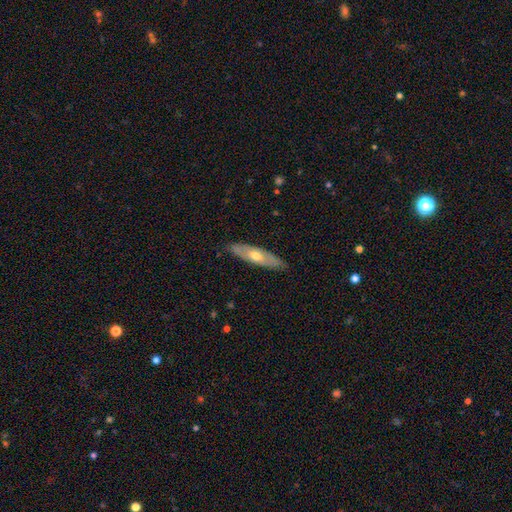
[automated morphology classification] This is possibly a featured or disk galaxy (55%). It is possibly viewed edge-on (53%). Merging: clearly none (86%).